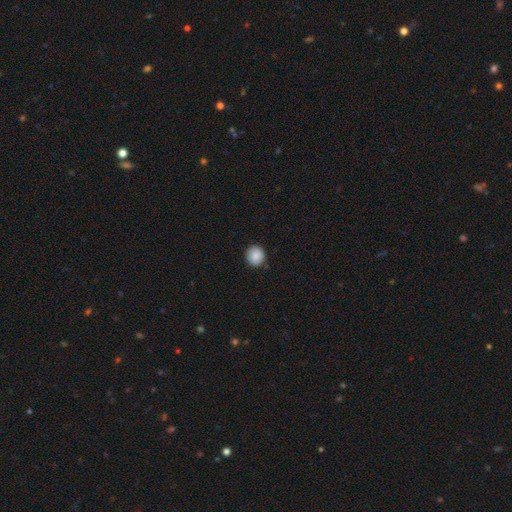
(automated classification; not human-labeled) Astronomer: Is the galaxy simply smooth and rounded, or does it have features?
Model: smooth — 88%.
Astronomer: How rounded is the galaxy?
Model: round — 89%.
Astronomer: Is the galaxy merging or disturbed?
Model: none — 87%.